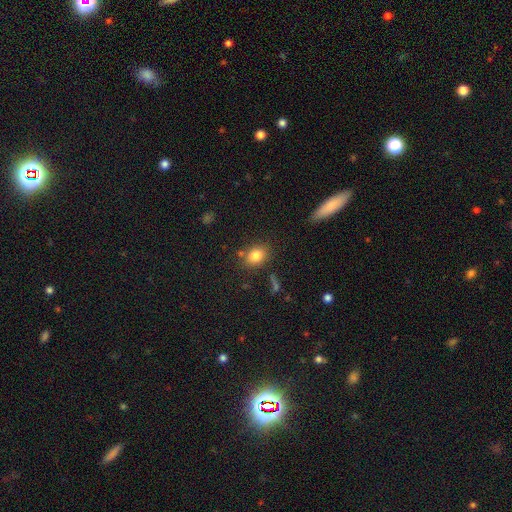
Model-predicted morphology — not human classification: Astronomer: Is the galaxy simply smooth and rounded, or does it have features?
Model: smooth — 81%.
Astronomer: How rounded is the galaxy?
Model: in between — 57% (runner-up: round, 41%).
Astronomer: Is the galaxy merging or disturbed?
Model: none — 76%.